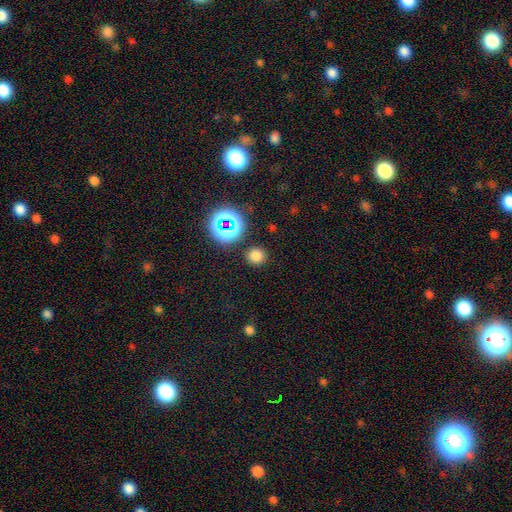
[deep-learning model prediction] This appears to be a smooth galaxy with no disk features (73%) that is round (89%). Merging: none (88%).